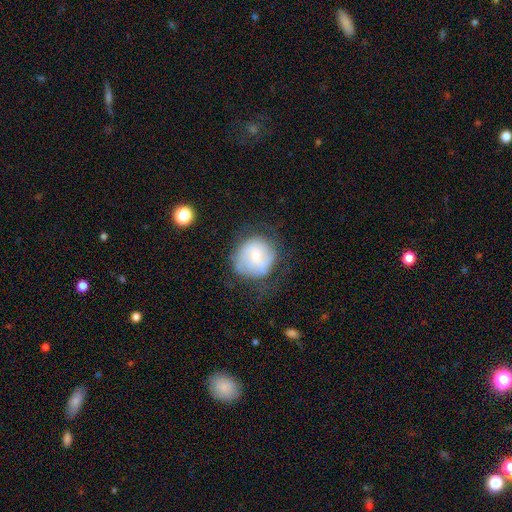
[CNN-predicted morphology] Smooth or featured? Predicted: smooth (p=0.51). How rounded? Predicted: round (p=0.85). Merging? Predicted: none (p=0.56).